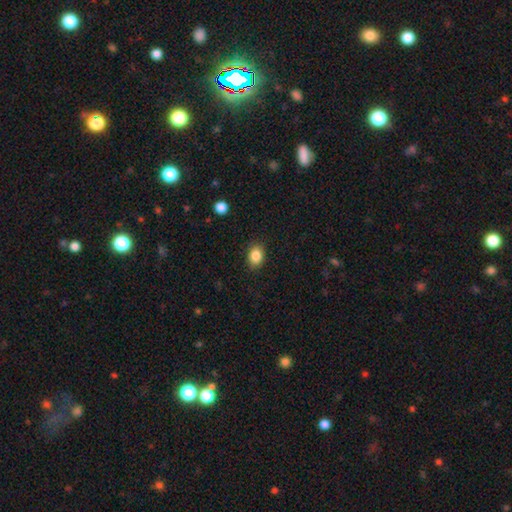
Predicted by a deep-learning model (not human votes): Overall: smooth (86%). How rounded: in between (68%; round 31%). Merging: none (87%).